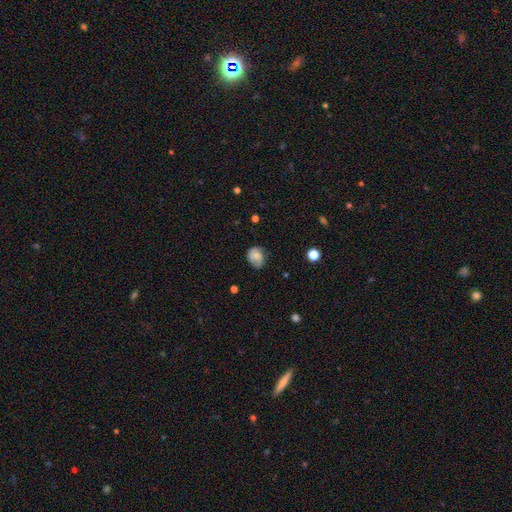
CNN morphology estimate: Overall: smooth (69%). How rounded: round (56%; in between 43%). Merging: none (55%; minor disturbance 32%).